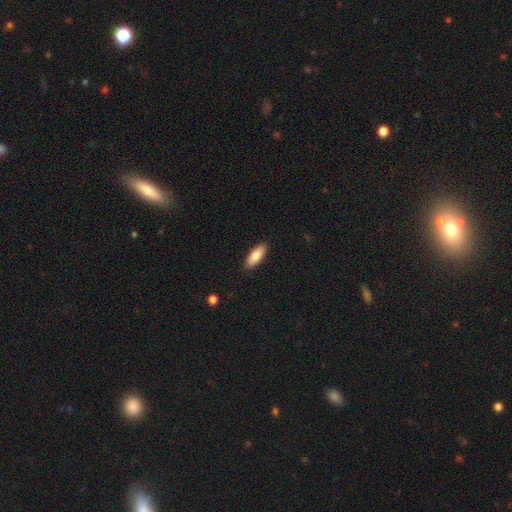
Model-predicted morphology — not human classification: Smooth or featured: smooth — 86% (featured or disk — 9%)
How rounded: in between — 74% (cigar-shaped — 24%)
Merging: none — 88% (minor disturbance — 9%)